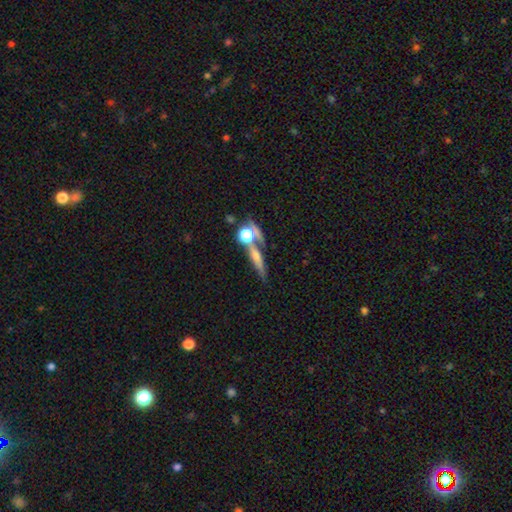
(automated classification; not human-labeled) smooth-or-featured: smooth: 46% | featured or disk: 39% | star or artifact: 15%
  merging: none: 60% | merger: 23% | minor disturbance: 11% | major disturbance: 6%